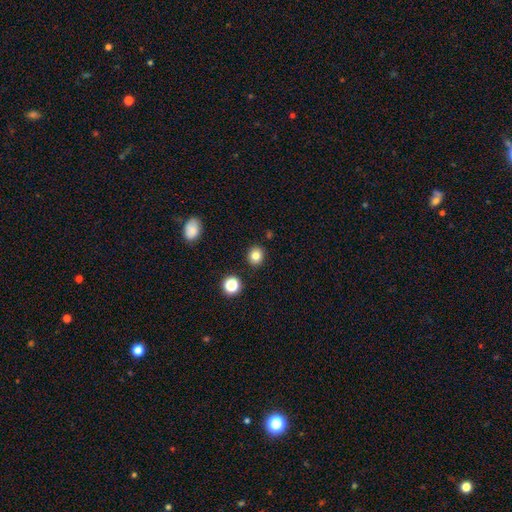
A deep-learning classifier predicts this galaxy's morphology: smooth 81%, star or artifact 12%, featured or disk 6%. Down the decision tree: how rounded — round (79%); merging — none (90%).